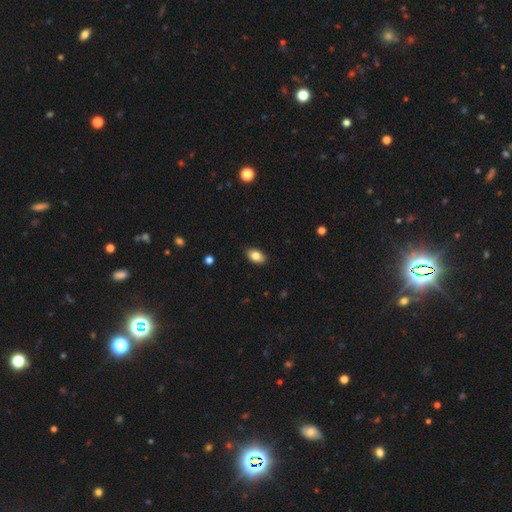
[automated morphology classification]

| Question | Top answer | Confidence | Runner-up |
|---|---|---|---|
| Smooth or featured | smooth | 82% | featured or disk (10%) |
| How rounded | in between | 90% | round (8%) |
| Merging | none | 88% | minor disturbance (10%) |